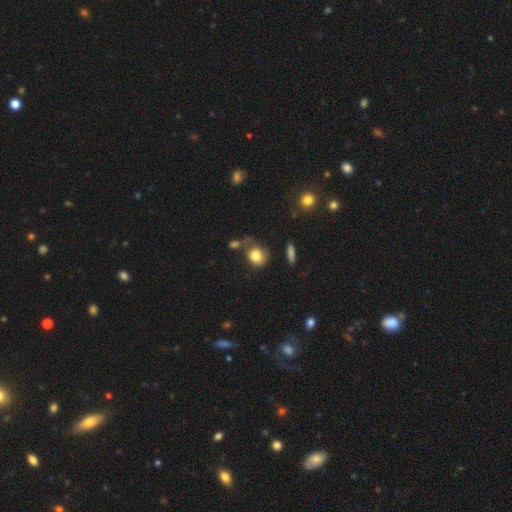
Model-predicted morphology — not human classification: Overall: smooth (80%). How rounded: round (70%). Merging: none (53%; minor disturbance 21%).